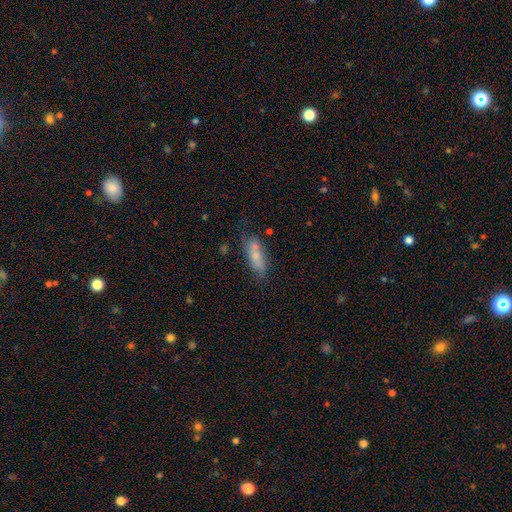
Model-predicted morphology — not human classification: The model was most divided on "how rounded": in between: 61%, cigar-shaped: 37%, round: 3%. More confident: smooth or featured — smooth (69%); merging — none (56%).